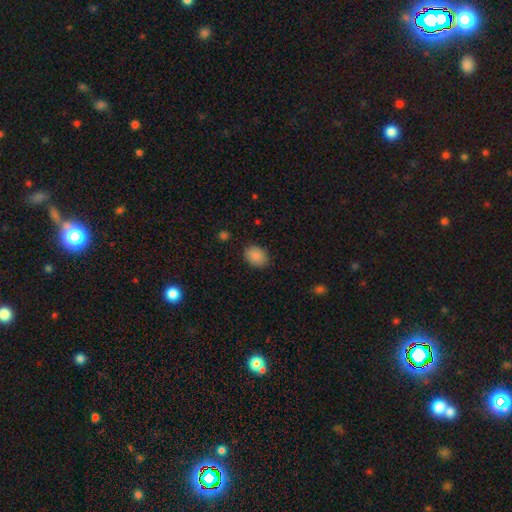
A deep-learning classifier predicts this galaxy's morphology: smooth 89%, star or artifact 8%, featured or disk 3%. Down the decision tree: how rounded — in between (66%); merging — none (85%).